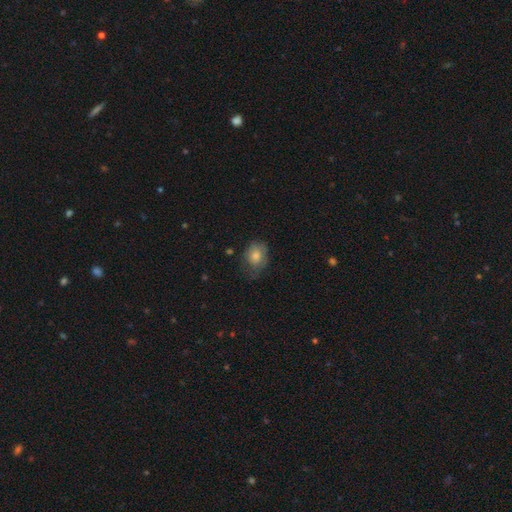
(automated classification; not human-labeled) smooth 72%, featured or disk 18%, star or artifact 10%. Down the decision tree: how rounded — in between (52%); merging — none (57%).